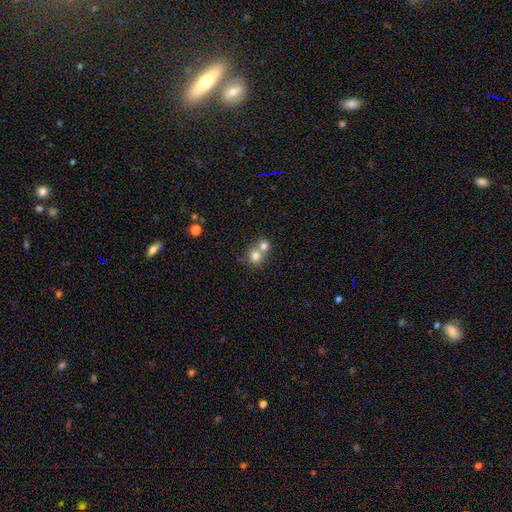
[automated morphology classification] This appears to be a smooth galaxy with no disk features (76%) that is round (84%). Merging: merger (57%).